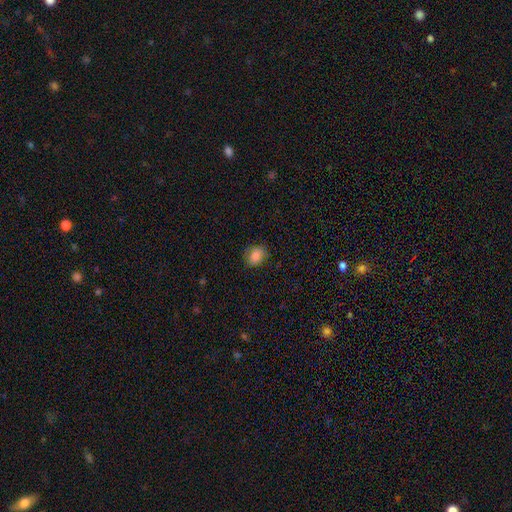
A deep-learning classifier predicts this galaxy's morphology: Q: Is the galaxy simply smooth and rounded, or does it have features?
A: smooth — 83%.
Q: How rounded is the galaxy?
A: round — 55%.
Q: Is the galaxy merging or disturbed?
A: none — 79%.